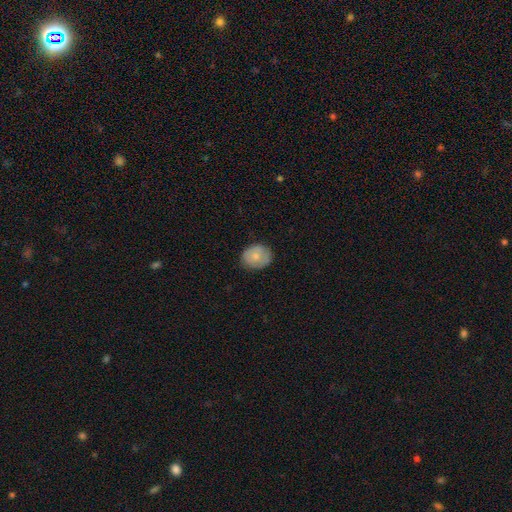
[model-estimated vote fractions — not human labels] smooth 76%, featured or disk 17%, star or artifact 7%. Down the decision tree: how rounded — round (56%); merging — none (80%).